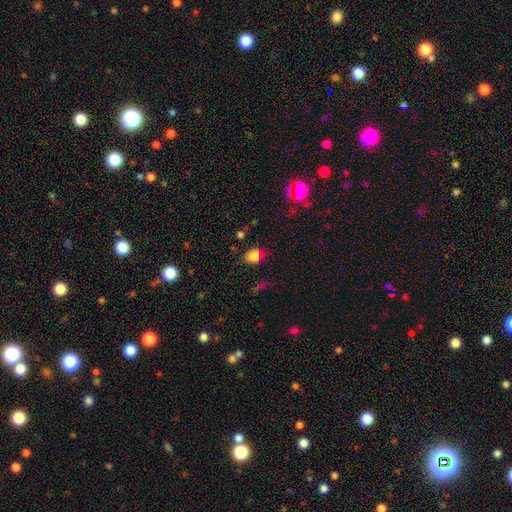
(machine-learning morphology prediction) Smooth or featured: smooth — 79% (star or artifact — 15%)
How rounded: in between — 66% (round — 32%)
Merging: none — 73% (minor disturbance — 18%)